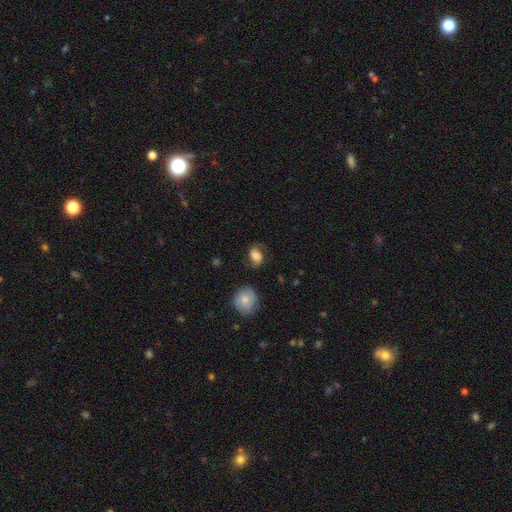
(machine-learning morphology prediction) smooth 51%, featured or disk 39%, star or artifact 10%. Down the decision tree: how rounded — in between (67%); merging — none (65%).